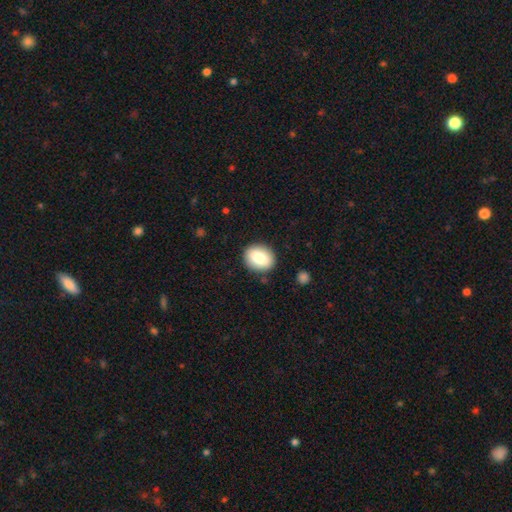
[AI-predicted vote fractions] Overall: smooth (81%). How rounded: in between (57%; round 42%). Merging: none (87%).